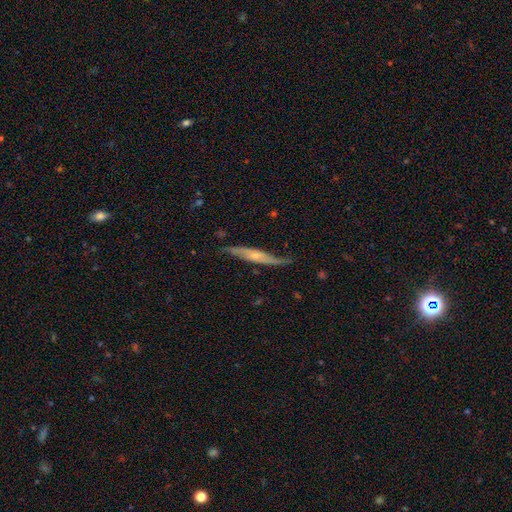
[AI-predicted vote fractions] Smooth or featured?
  - featured or disk: 71% *
  - smooth: 24%
  - star or artifact: 6%
Edge-on disk?
  - yes: 59% *
  - no: 41%
Merging?
  - none: 68% *
  - minor disturbance: 23%
  - major disturbance: 7%
  - merger: 2%